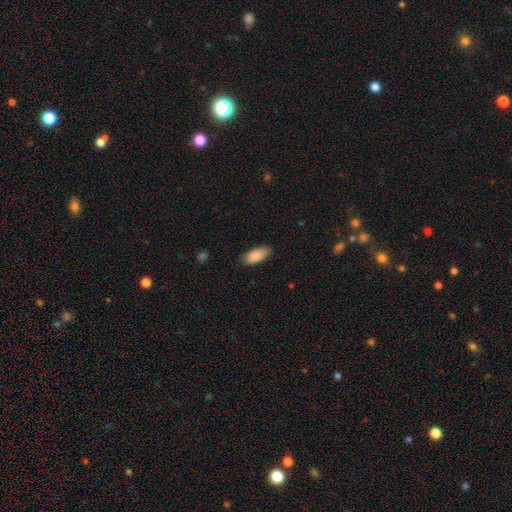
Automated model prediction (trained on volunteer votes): smooth 90%, star or artifact 6%, featured or disk 4%. Down the decision tree: how rounded — in between (90%); merging — none (81%).